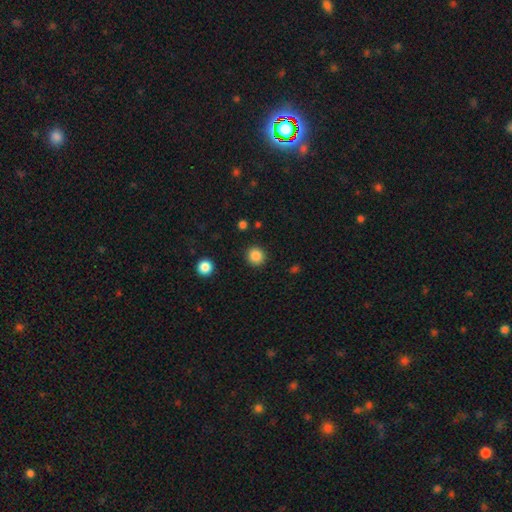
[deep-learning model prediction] A smooth galaxy with no disk features (86%) that is round (93%).

Vote fractions:
- Smooth or featured? smooth: 86% / star or artifact: 11% / featured or disk: 4%
- How rounded? round: 93% / in between: 6% / cigar-shaped: 1%
- Merging? none: 91% / minor disturbance: 6% / major disturbance: 2% / merger: 1%